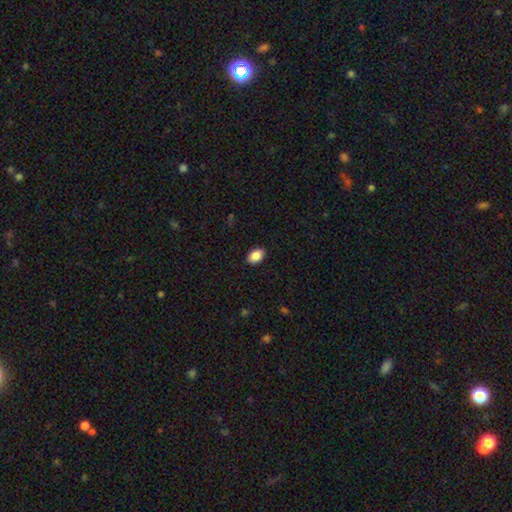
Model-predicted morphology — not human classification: Q: Smooth or featured?
A: smooth (88%); runner-up: star or artifact (8%)
Q: How rounded?
A: in between (87%); runner-up: round (12%)
Q: Merging?
A: none (89%); runner-up: minor disturbance (8%)